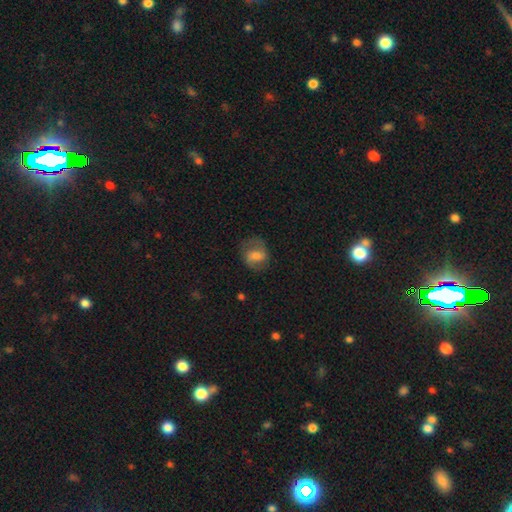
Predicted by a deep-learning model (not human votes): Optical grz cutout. It shows a featured or disk galaxy (50%). Merging: none (67%).